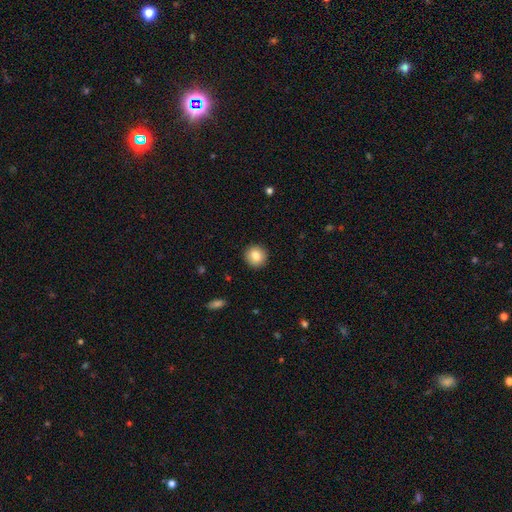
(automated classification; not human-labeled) Q: Smooth or featured?
A: smooth (83%); runner-up: featured or disk (8%)
Q: How rounded?
A: round (91%); runner-up: in between (8%)
Q: Merging?
A: none (92%); runner-up: minor disturbance (6%)